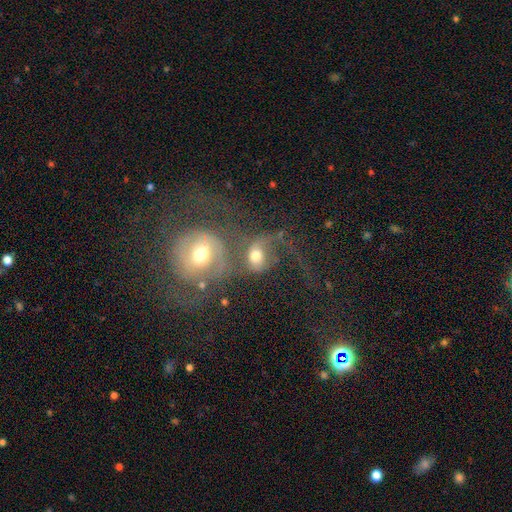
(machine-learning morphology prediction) smooth_or_featured: featured or disk (p=0.50) [alt: smooth p=0.38]
disk_edge_on: no (p=0.96) [alt: yes p=0.04]
merging: merger (p=0.56) [alt: major disturbance p=0.22]